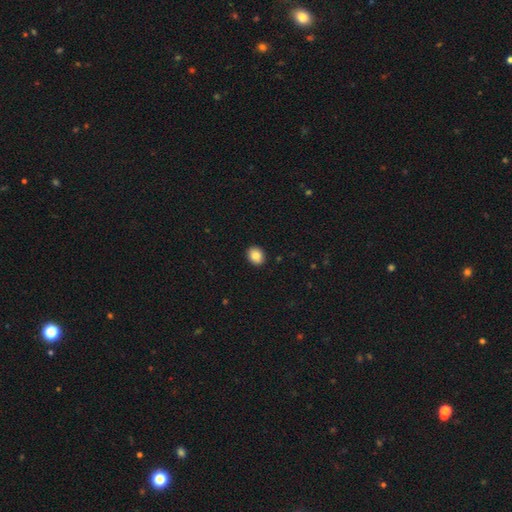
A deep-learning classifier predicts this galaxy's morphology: Smooth or featured?
  - smooth: 87% *
  - star or artifact: 8%
  - featured or disk: 5%
How rounded?
  - round: 51% *
  - in between: 48%
  - cigar-shaped: 1%
Merging?
  - none: 91% *
  - minor disturbance: 6%
  - major disturbance: 2%
  - merger: 1%